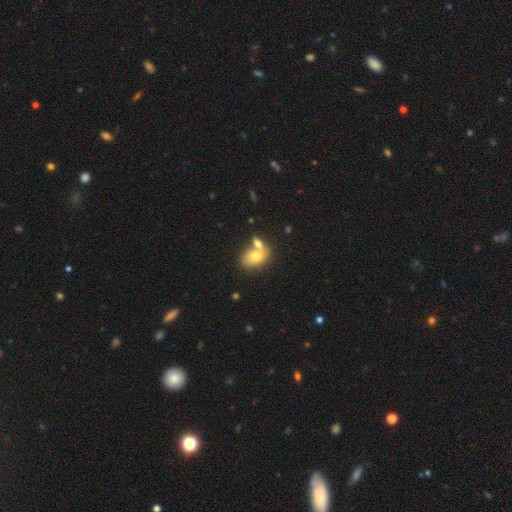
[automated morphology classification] The model was most divided on "merging": merger: 47%, none: 37%, minor disturbance: 12%, major disturbance: 4%. More confident: how rounded — in between (79%); smooth or featured — smooth (72%).